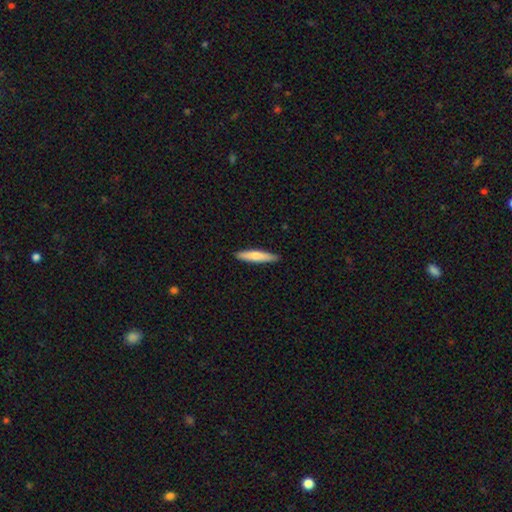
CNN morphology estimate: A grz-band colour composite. It shows a smooth galaxy with no disk features (75%) that is cigar-shaped (89%). Merging: none (90%).